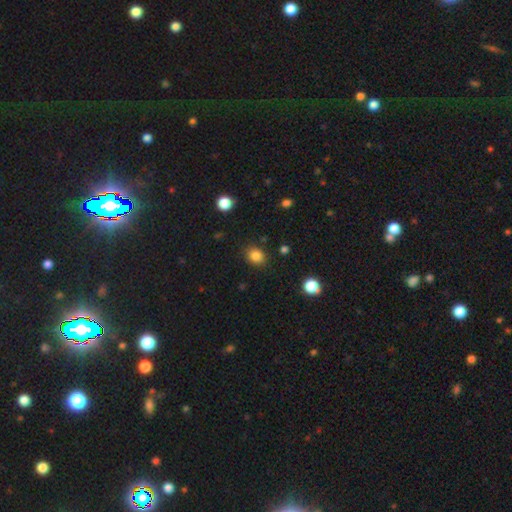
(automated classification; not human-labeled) Smooth or featured: smooth — 84% (star or artifact — 11%)
How rounded: round — 60% (in between — 39%)
Merging: none — 86% (minor disturbance — 9%)